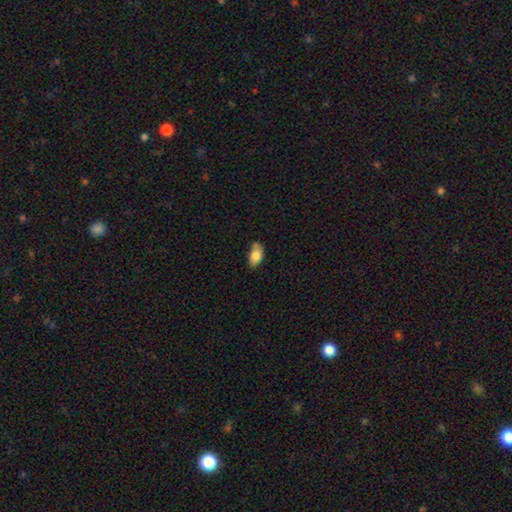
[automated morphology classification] This appears to be a smooth galaxy with no disk features (82%) that is in between round and cigar-shaped (91%). Merging: none (60%).